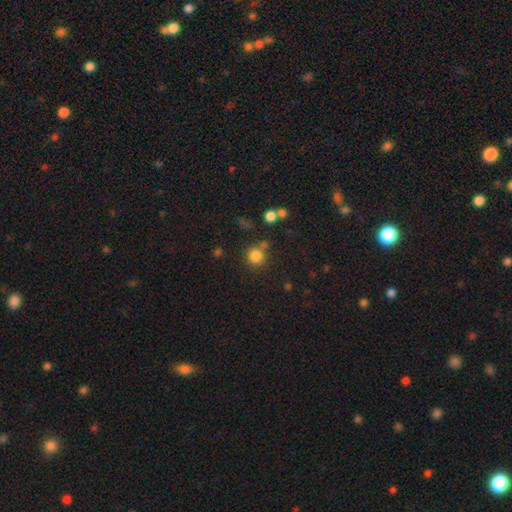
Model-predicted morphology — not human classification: This appears to be a smooth galaxy with no disk features (81%) that is round (92%). Merging: none (74%).